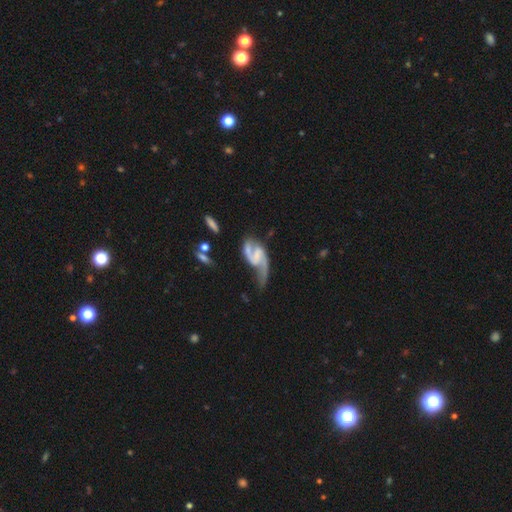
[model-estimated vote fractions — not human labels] Smooth or featured? Predicted: featured or disk (p=0.84). Edge-on disk? Predicted: no (p=0.97). Bar? Predicted: weak (p=0.44). Spiral arms? Predicted: yes (p=0.93). Spiral winding? Predicted: loose (p=0.56). Spiral arm count? Predicted: 2 (p=0.81). Bulge size? Predicted: none (p=0.58). Merging? Predicted: none (p=0.38).